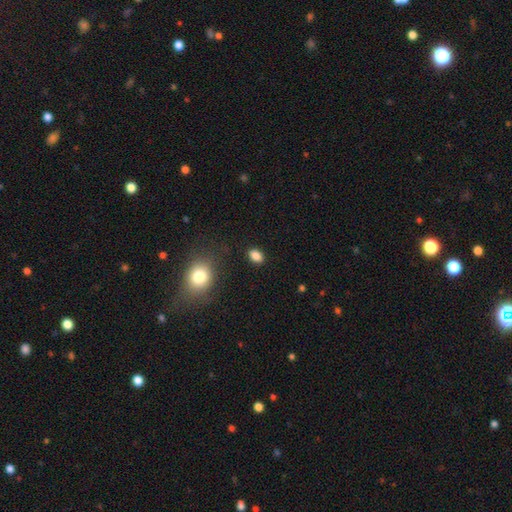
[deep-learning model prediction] Smooth or featured: smooth — 86% (star or artifact — 10%)
How rounded: in between — 80% (round — 18%)
Merging: none — 86% (minor disturbance — 9%)